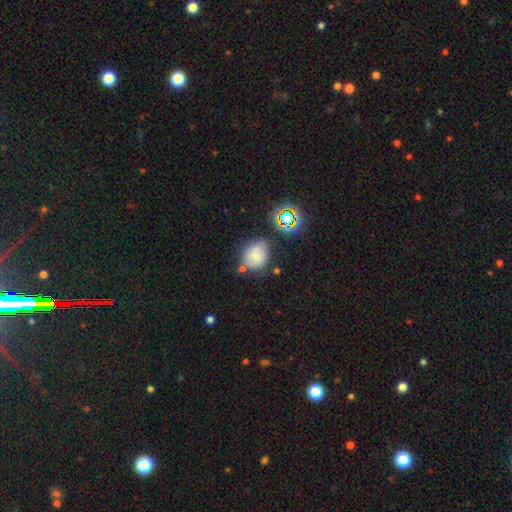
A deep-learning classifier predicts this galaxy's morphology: smooth_or_featured: smooth (p=0.61) [alt: featured or disk p=0.21]
how_rounded: round (p=0.61) [alt: in between p=0.38]
merging: none (p=0.60) [alt: minor disturbance p=0.23]